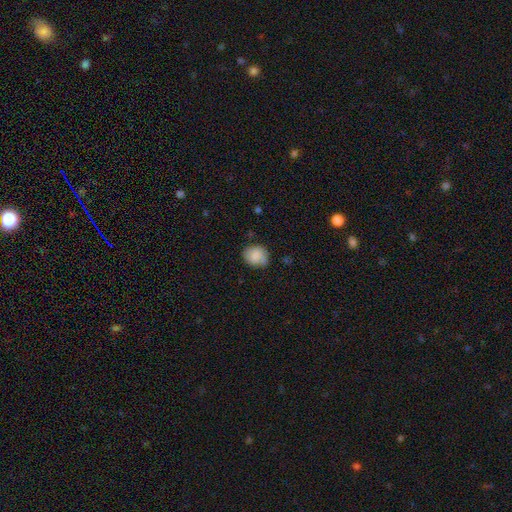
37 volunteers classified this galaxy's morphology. A smooth galaxy with no disk features (89%) that is round (73%). Merging: none (73%).